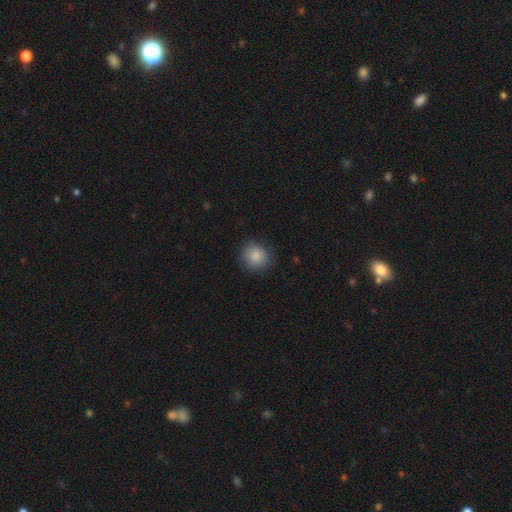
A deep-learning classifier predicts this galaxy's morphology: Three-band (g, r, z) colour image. It shows a smooth galaxy with no disk features (87%) that is round (88%). Merging: none (84%).